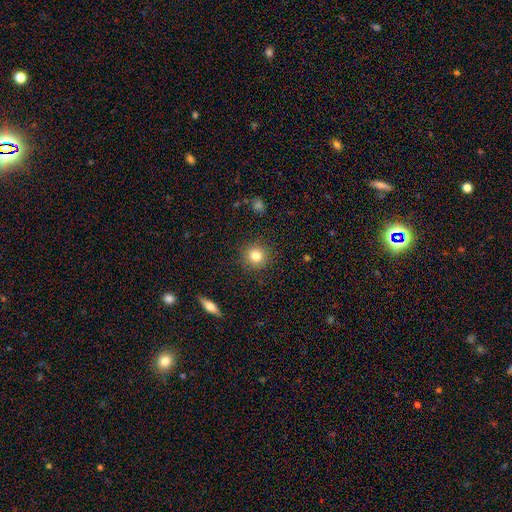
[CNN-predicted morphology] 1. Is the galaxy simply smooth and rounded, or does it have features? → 81% smooth, 11% star or artifact, 8% featured or disk.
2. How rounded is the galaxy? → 94% round, 5% in between, 1% cigar-shaped.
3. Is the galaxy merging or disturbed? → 91% none, 6% minor disturbance, 2% major disturbance, 1% merger.